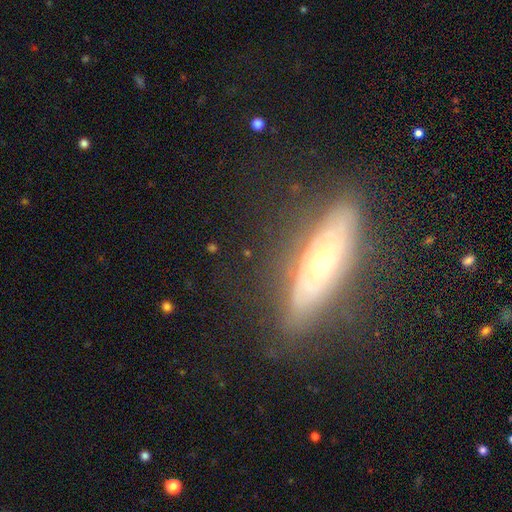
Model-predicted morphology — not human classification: A featured or disk galaxy (59%) viewed edge-on (60%).

Vote fractions:
- Smooth or featured? featured or disk: 59% / smooth: 31% / star or artifact: 10%
- Edge-on disk? yes: 60% / no: 40%
- Merging? none: 79% / minor disturbance: 13% / major disturbance: 6% / merger: 2%